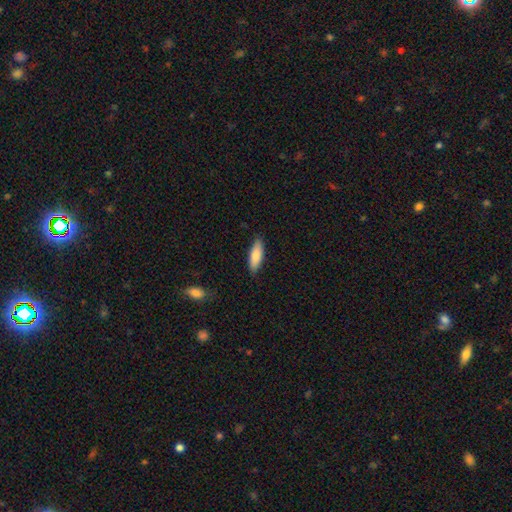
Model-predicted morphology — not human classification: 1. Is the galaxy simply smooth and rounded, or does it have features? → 82% smooth, 13% featured or disk, 6% star or artifact.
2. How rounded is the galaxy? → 54% in between, 44% cigar-shaped, 2% round.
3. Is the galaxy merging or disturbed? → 85% none, 12% minor disturbance, 2% major disturbance, 1% merger.